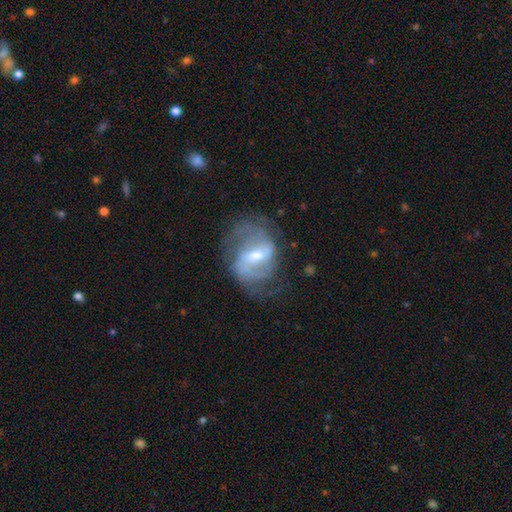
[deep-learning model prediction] smooth_or_featured: featured or disk (p=0.85) [alt: smooth p=0.09]
disk_edge_on: no (p=0.97) [alt: yes p=0.03]
bar: weak (p=0.48) [alt: strong p=0.38]
has_spiral_arms: yes (p=0.93) [alt: no p=0.07]
spiral_winding: medium (p=0.50) [alt: loose p=0.26]
spiral_arm_count: 2 (p=0.74) [alt: can't tell p=0.12]
bulge_size: moderate (p=0.52) [alt: small p=0.43]
merging: none (p=0.65) [alt: minor disturbance p=0.20]